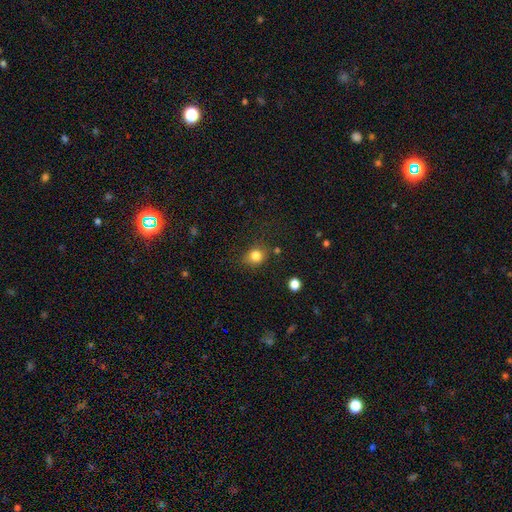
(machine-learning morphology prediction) smooth_or_featured: smooth (p=0.82) [alt: star or artifact p=0.12]
how_rounded: round (p=0.71) [alt: in between p=0.28]
merging: none (p=0.75) [alt: minor disturbance p=0.17]